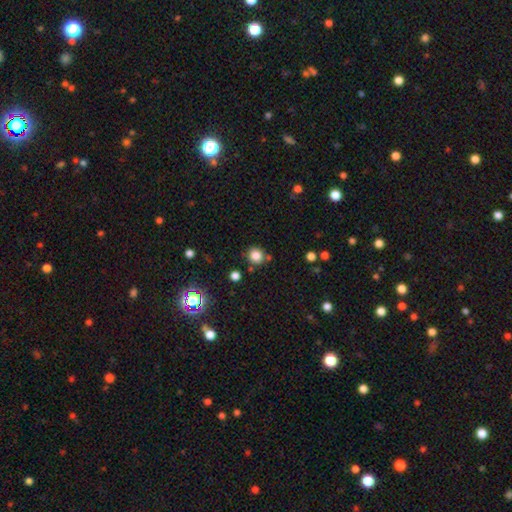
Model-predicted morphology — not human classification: Smooth or featured? Predicted: smooth (p=0.82). How rounded? Predicted: round (p=0.89). Merging? Predicted: none (p=0.81).